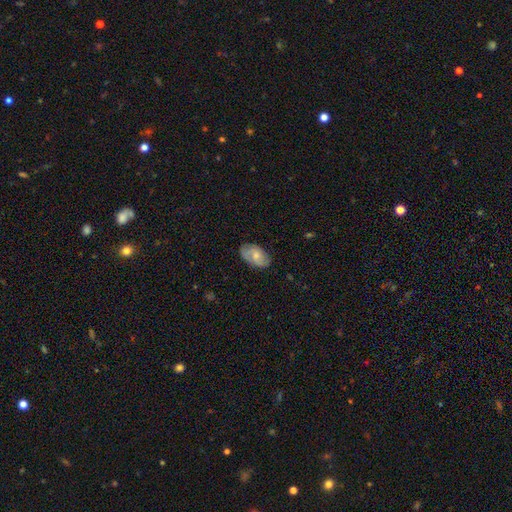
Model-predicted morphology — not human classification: smooth 58%, featured or disk 35%, star or artifact 7%. Down the decision tree: how rounded — in between (92%); merging — none (73%).